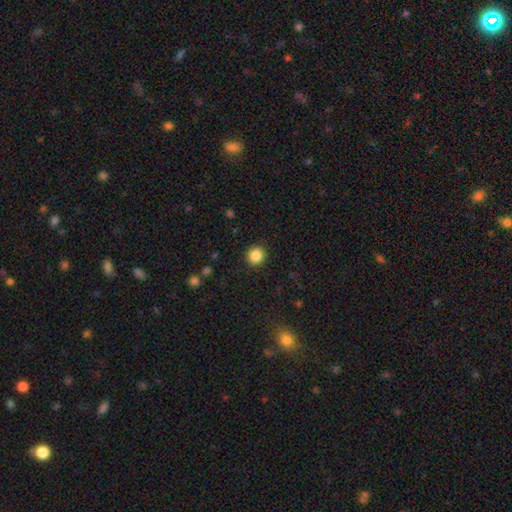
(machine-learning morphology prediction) Overall: smooth (86%). How rounded: round (92%). Merging: none (91%).